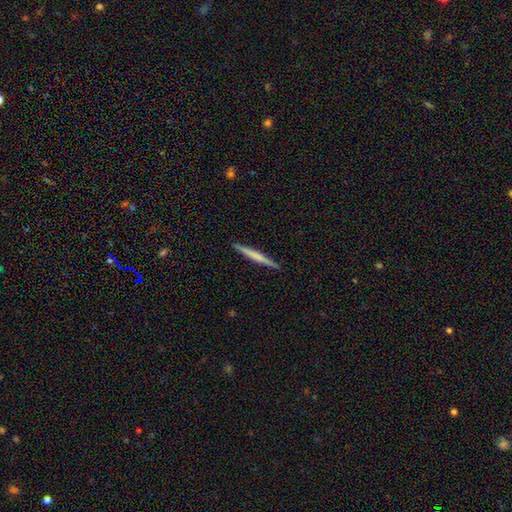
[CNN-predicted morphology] Smooth or featured? Predicted: smooth (p=0.48). Merging? Predicted: none (p=0.92).